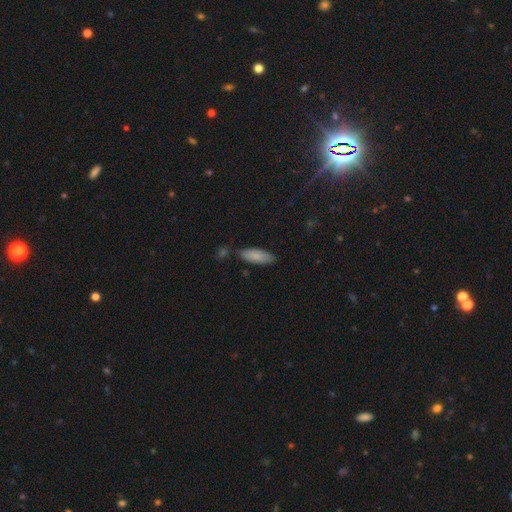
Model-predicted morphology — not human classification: The model was most divided on "how rounded": in between: 70%, cigar-shaped: 28%, round: 2%. More confident: smooth or featured — smooth (85%); merging — none (77%).